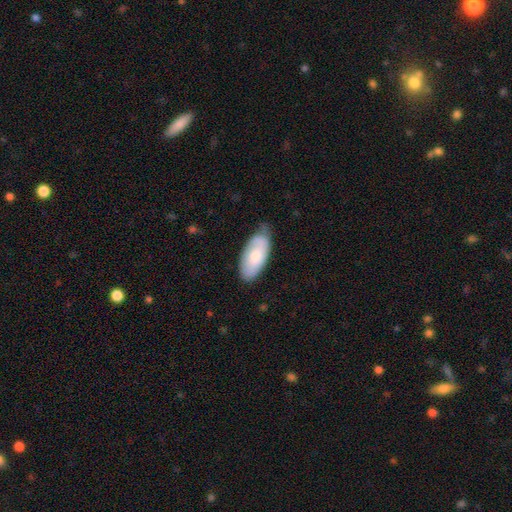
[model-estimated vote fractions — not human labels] Morphology: type=smooth (67%); roundness=in between (92%); merging=none (65%).